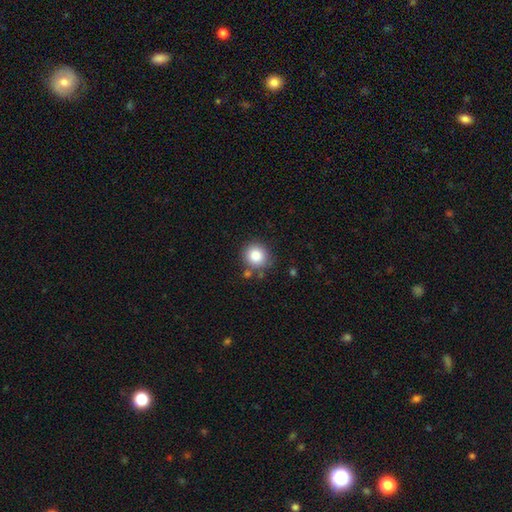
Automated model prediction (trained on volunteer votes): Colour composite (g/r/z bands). It shows a smooth galaxy with no disk features (84%) that is round (86%). Merging: none (80%).